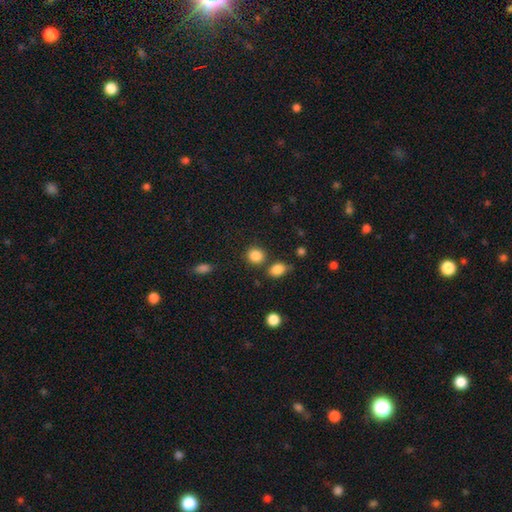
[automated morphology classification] smooth_or_featured: smooth (p=0.86) [alt: star or artifact p=0.10]
how_rounded: round (p=0.82) [alt: in between p=0.17]
merging: none (p=0.75) [alt: merger p=0.11]